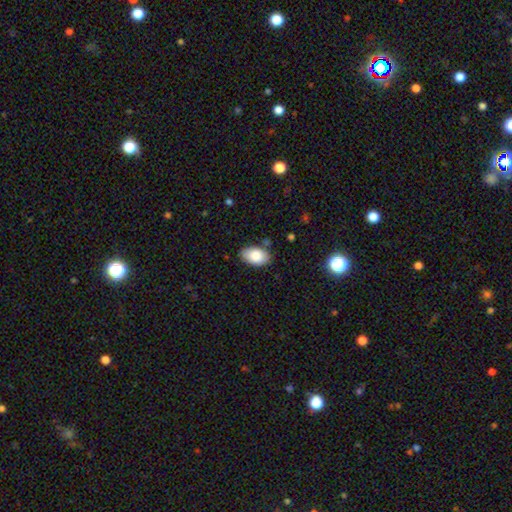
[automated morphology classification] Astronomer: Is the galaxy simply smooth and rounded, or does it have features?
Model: smooth — 86%.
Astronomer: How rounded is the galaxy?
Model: in between — 93%.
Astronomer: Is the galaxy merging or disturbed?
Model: none — 80%.